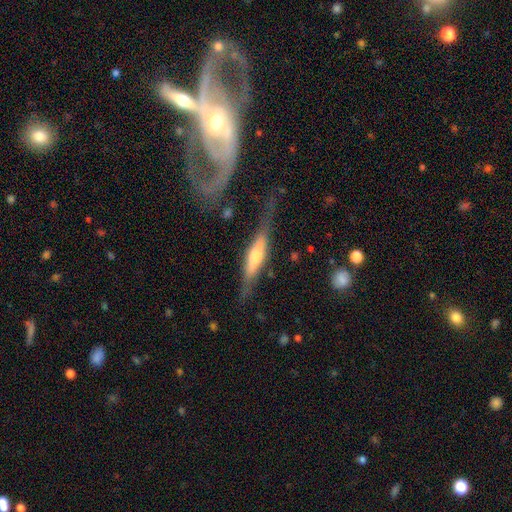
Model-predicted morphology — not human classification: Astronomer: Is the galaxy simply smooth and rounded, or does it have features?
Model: featured or disk — 60%.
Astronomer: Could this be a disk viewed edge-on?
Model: yes — 91%.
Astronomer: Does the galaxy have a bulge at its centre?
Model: rounded — 83%.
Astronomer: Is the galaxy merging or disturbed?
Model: none — 66%.